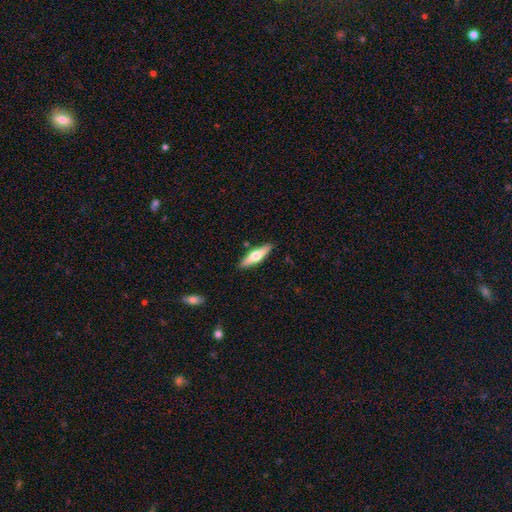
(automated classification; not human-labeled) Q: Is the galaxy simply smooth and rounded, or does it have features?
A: featured or disk — 53%.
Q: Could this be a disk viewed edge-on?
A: yes — 93%.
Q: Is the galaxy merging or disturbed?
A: none — 87%.